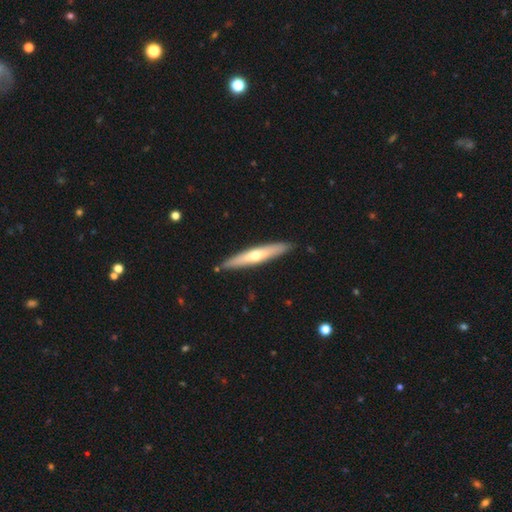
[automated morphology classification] Overall: featured or disk (53%; smooth 42%). Edge-on disk: yes (90%). Merging: none (89%).